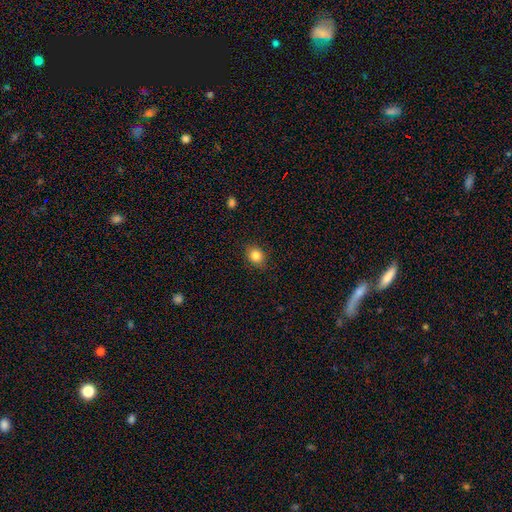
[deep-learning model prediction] This appears to be a smooth galaxy with no disk features (84%) that is round (65%). Merging: none (87%).